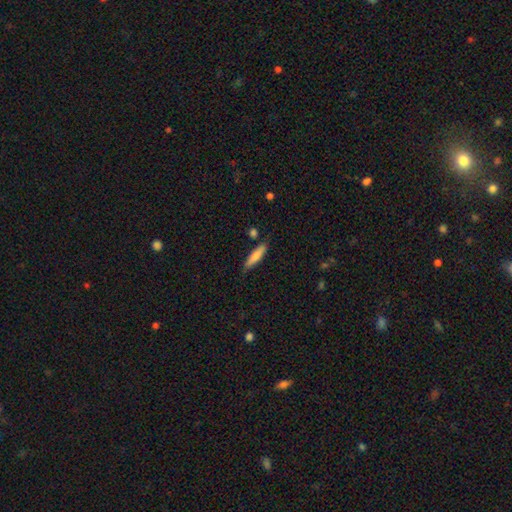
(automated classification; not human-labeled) A smooth galaxy with no disk features (78%) that is cigar-shaped (80%).

Vote fractions:
- Smooth or featured? smooth: 78% / featured or disk: 16% / star or artifact: 6%
- How rounded? cigar-shaped: 80% / in between: 18% / round: 2%
- Merging? none: 81% / minor disturbance: 13% / merger: 4% / major disturbance: 2%